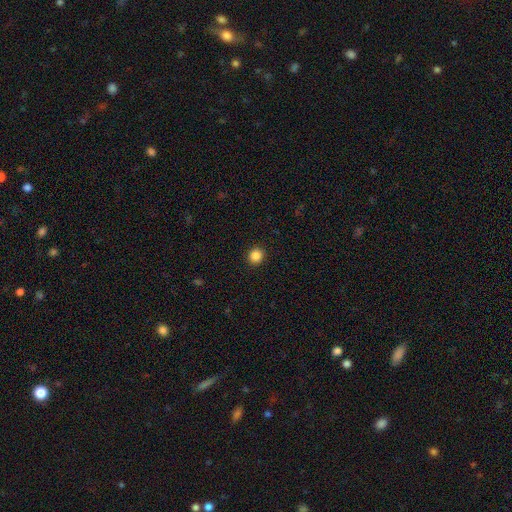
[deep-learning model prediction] Smooth or featured? Predicted: smooth (p=0.86). How rounded? Predicted: round (p=0.89). Merging? Predicted: none (p=0.92).